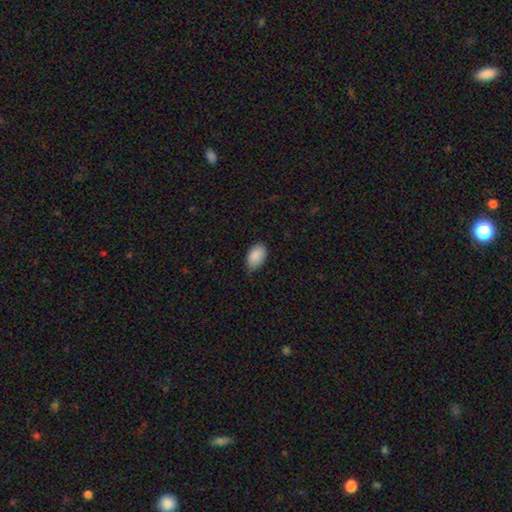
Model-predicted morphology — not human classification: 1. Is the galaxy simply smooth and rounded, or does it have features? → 90% smooth, 7% star or artifact, 4% featured or disk.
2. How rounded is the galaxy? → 92% in between, 7% round, 1% cigar-shaped.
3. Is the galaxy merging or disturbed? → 68% none, 27% minor disturbance, 3% major disturbance, 1% merger.